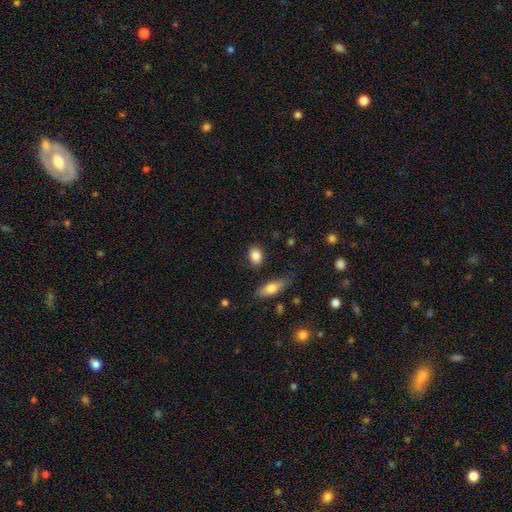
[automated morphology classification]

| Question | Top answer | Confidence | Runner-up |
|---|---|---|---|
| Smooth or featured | smooth | 86% | star or artifact (8%) |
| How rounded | in between | 65% | round (33%) |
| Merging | none | 82% | minor disturbance (11%) |